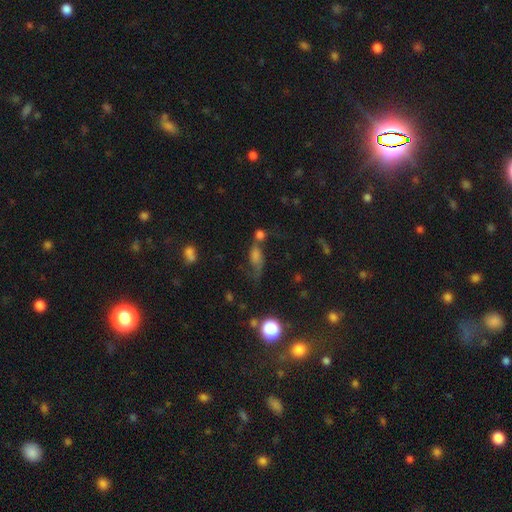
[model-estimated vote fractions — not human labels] smooth_or_featured: smooth (p=0.46) [alt: featured or disk p=0.28]
merging: none (p=0.36) [alt: major disturbance p=0.23]